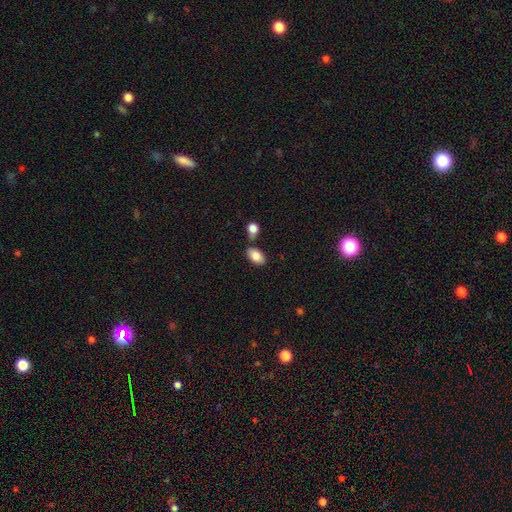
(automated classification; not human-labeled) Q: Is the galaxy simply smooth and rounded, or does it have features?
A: smooth — 85%.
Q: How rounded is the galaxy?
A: in between — 93%.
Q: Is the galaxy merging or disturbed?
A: none — 69%.